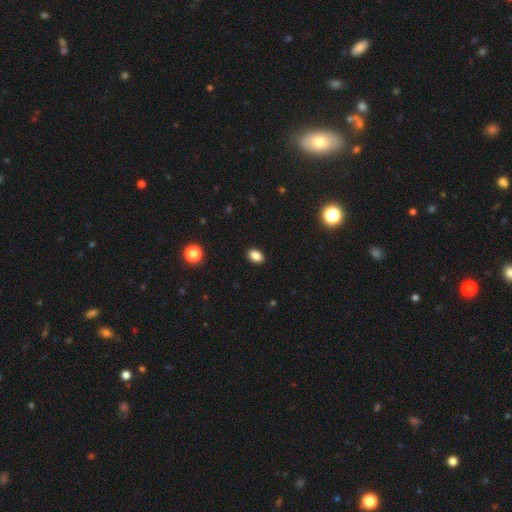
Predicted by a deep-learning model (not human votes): The model was most divided on "how rounded": in between: 80%, round: 18%, cigar-shaped: 1%. More confident: merging — none (90%); smooth or featured — smooth (85%).